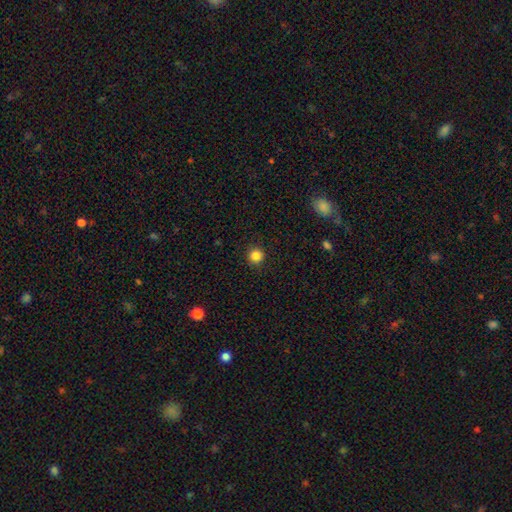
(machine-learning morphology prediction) Smooth or featured? Predicted: smooth (p=0.85). How rounded? Predicted: round (p=0.95). Merging? Predicted: none (p=0.92).